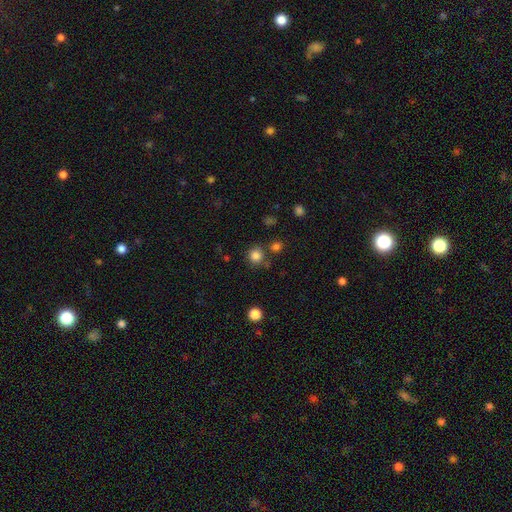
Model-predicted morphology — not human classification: This is clearly a smooth galaxy (83%). How rounded: clearly round (91%). Merging: likely none (77%).